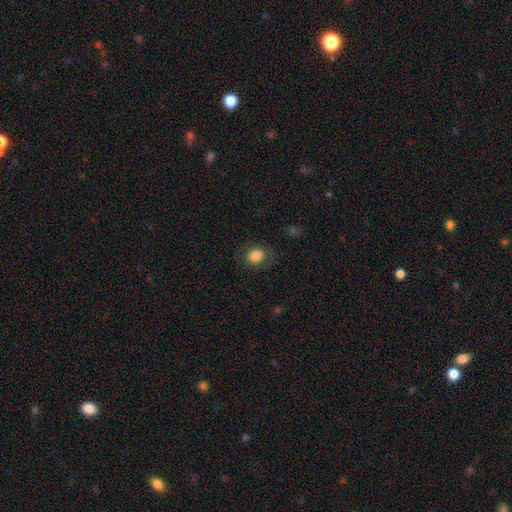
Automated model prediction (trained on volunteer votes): The model was most divided on "how rounded": round: 50%, in between: 49%, cigar-shaped: 1%. More confident: smooth or featured — smooth (82%); merging — none (78%).